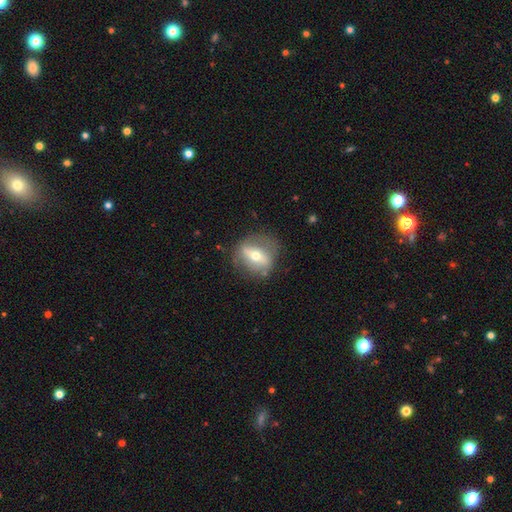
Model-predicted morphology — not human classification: Q: Smooth or featured?
A: featured or disk (62%); runner-up: smooth (31%)
Q: Edge-on disk?
A: no (72%); runner-up: yes (28%)
Q: Merging?
A: none (74%); runner-up: minor disturbance (16%)